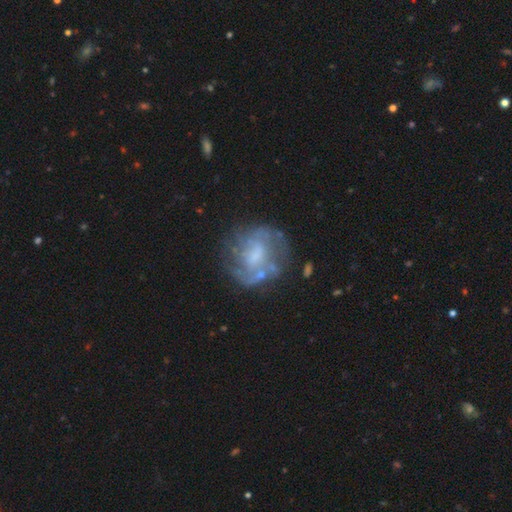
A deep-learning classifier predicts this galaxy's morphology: smooth_or_featured: featured or disk (p=0.72) [alt: smooth p=0.19]
disk_edge_on: no (p=0.98) [alt: yes p=0.02]
bar: no (p=0.50) [alt: weak p=0.40]
has_spiral_arms: yes (p=0.68) [alt: no p=0.32]
bulge_size: small (p=0.36) [alt: moderate p=0.33]
merging: none (p=0.60) [alt: minor disturbance p=0.19]